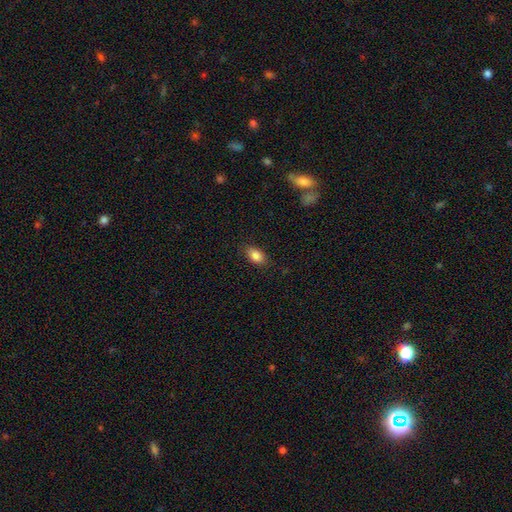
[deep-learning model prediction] smooth 85%, star or artifact 8%, featured or disk 7%. Down the decision tree: how rounded — in between (88%); merging — none (85%).